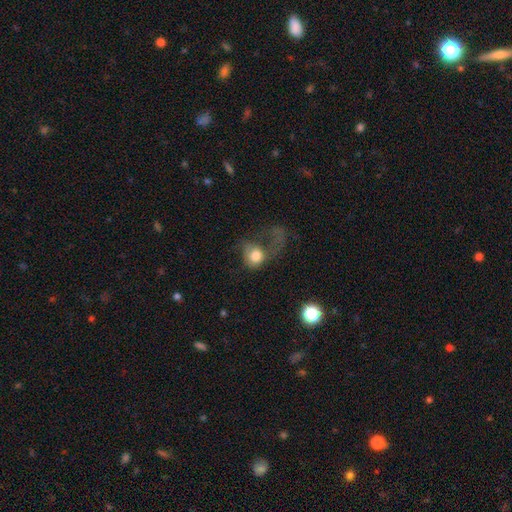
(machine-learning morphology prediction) Smooth or featured?
  - smooth: 67% *
  - featured or disk: 23%
  - star or artifact: 10%
How rounded?
  - round: 67% *
  - in between: 32%
  - cigar-shaped: 1%
Merging?
  - major disturbance: 67% *
  - none: 15%
  - minor disturbance: 13%
  - merger: 5%